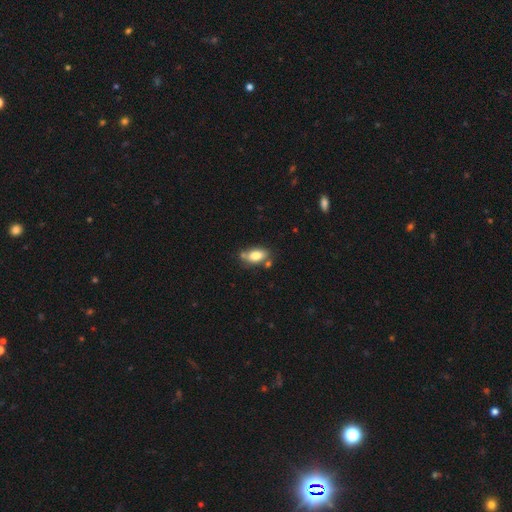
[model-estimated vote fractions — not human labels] Smooth or featured?
  - smooth: 78% *
  - featured or disk: 14%
  - star or artifact: 8%
How rounded?
  - in between: 87% *
  - round: 8%
  - cigar-shaped: 4%
Merging?
  - none: 66% *
  - minor disturbance: 17%
  - merger: 13%
  - major disturbance: 4%